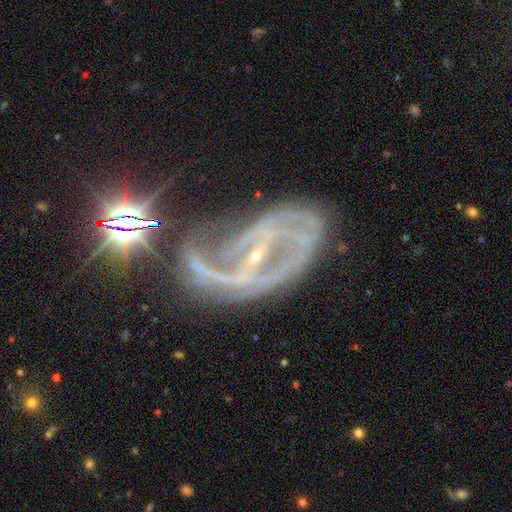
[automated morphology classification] Q: Smooth or featured?
A: featured or disk (83%); runner-up: star or artifact (11%)
Q: Edge-on disk?
A: no (95%); runner-up: yes (5%)
Q: Bar?
A: strong (41%); runner-up: weak (33%)
Q: Spiral arms?
A: yes (84%); runner-up: no (16%)
Q: Spiral winding?
A: medium (41%); runner-up: loose (32%)
Q: Spiral arm count?
A: 2 (49%); runner-up: can't tell (22%)
Q: Bulge size?
A: small (83%); runner-up: moderate (9%)
Q: Merging?
A: major disturbance (40%); runner-up: none (29%)